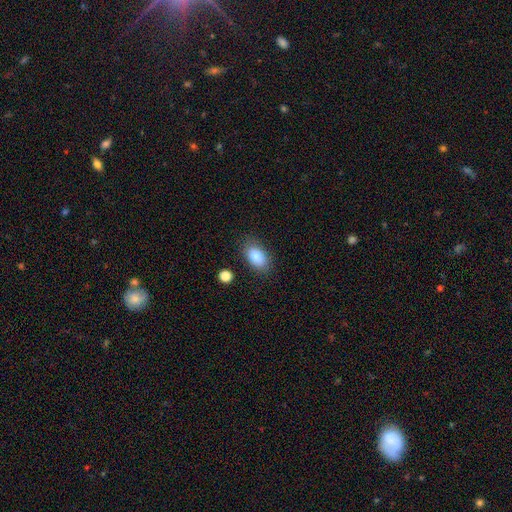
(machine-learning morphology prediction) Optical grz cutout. It shows a smooth galaxy with no disk features (84%) that is in between round and cigar-shaped (91%). Merging: none (83%).